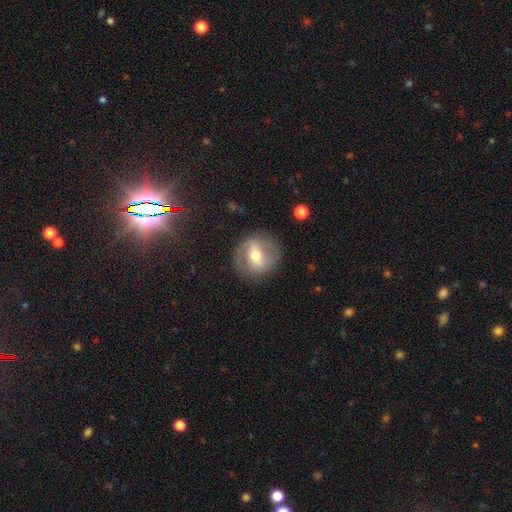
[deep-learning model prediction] Smooth or featured? Predicted: featured or disk (p=0.54). Edge-on disk? Predicted: no (p=0.93). Bar? Predicted: weak (p=0.41). Spiral arms? Predicted: no (p=0.52). Bulge size? Predicted: moderate (p=0.73). Merging? Predicted: none (p=0.82).